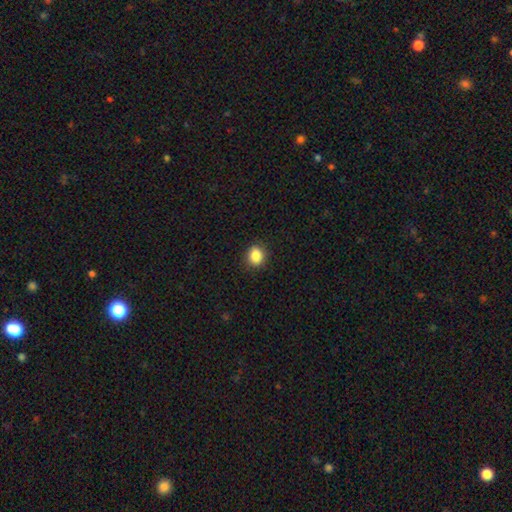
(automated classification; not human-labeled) This appears to be a smooth galaxy with no disk features (86%) that is round (65%). Merging: none (89%).